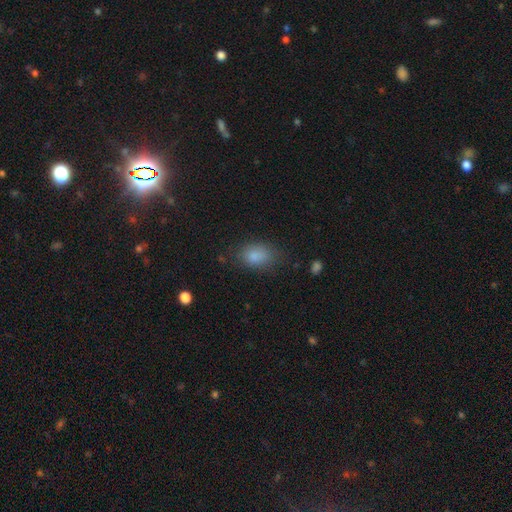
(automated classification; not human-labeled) This appears to be a smooth galaxy with no disk features (84%) that is in between round and cigar-shaped (83%). Merging: none (71%).